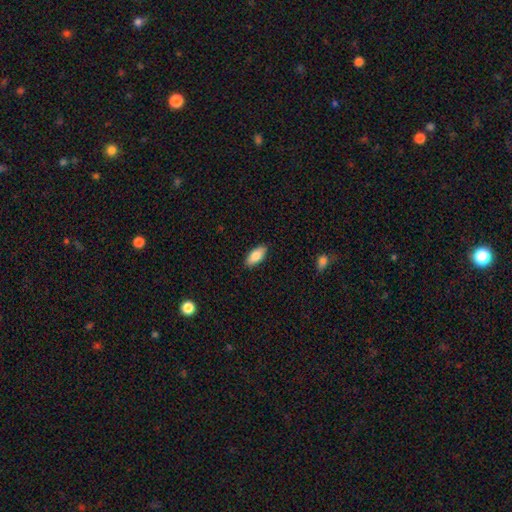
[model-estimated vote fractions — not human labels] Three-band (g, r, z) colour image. It shows a smooth galaxy with no disk features (85%) that is in between round and cigar-shaped (88%). Merging: none (88%).